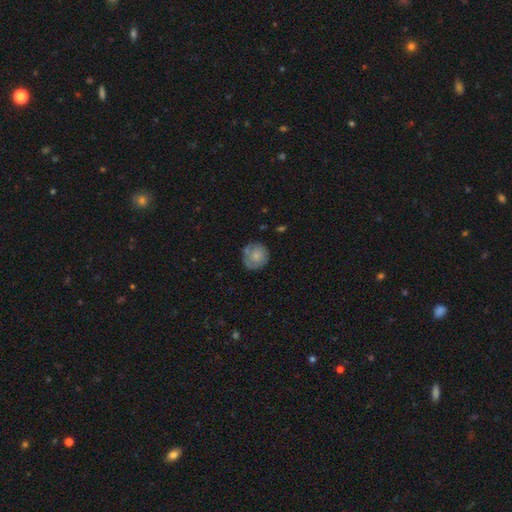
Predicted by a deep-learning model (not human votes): smooth-or-featured: smooth: 69% | featured or disk: 24% | star or artifact: 7%
  how-rounded: round: 90% | in between: 9% | cigar-shaped: 1%
  merging: none: 69% | minor disturbance: 20% | merger: 6% | major disturbance: 5%